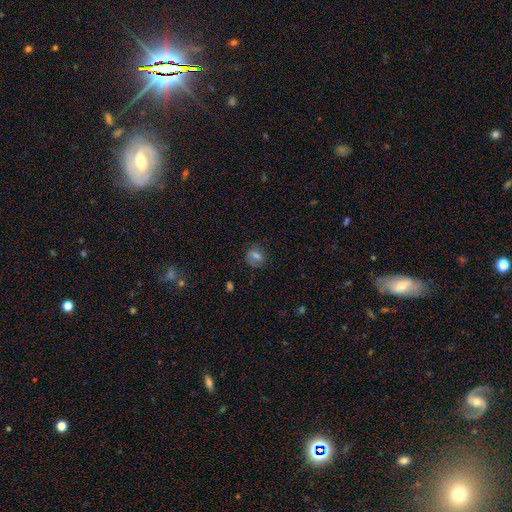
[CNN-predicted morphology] Smooth or featured? Predicted: smooth (p=0.60). How rounded? Predicted: round (p=0.64). Merging? Predicted: none (p=0.78).